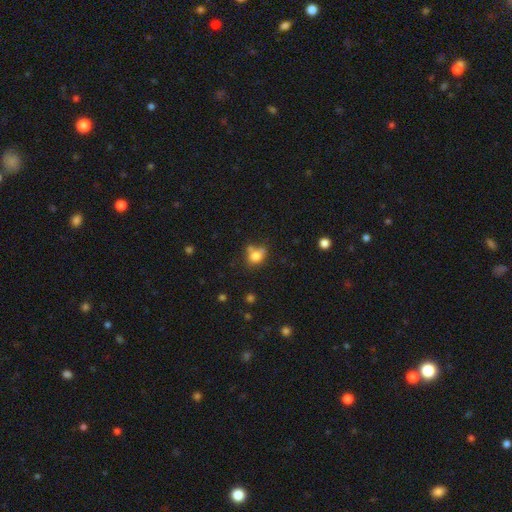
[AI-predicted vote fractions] Smooth or featured: smooth — 77% (star or artifact — 12%)
How rounded: round — 56% (in between — 43%)
Merging: none — 47% (merger — 29%)